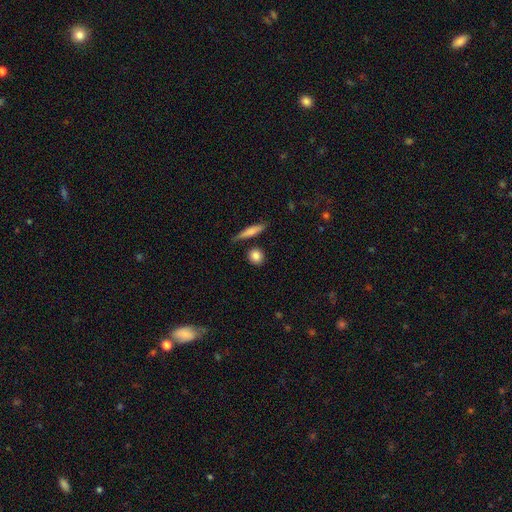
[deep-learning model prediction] Smooth or featured?
  - smooth: 84% *
  - featured or disk: 8%
  - star or artifact: 8%
How rounded?
  - round: 75% *
  - in between: 19%
  - cigar-shaped: 7%
Merging?
  - none: 81% *
  - minor disturbance: 11%
  - merger: 6%
  - major disturbance: 3%